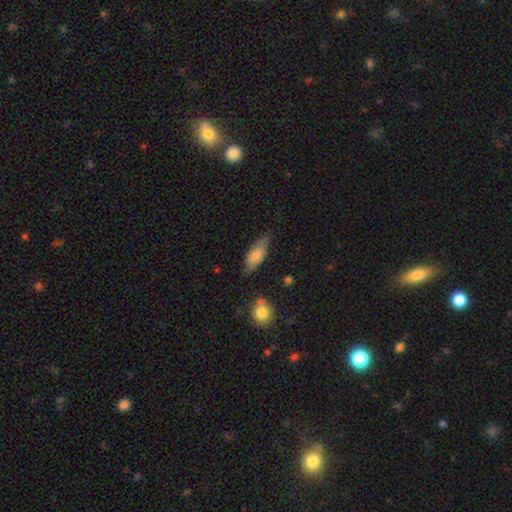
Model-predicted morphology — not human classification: A smooth galaxy with no disk features (72%) that is in between round and cigar-shaped (75%).

Vote fractions:
- Smooth or featured? smooth: 72% / featured or disk: 21% / star or artifact: 6%
- How rounded? in between: 75% / cigar-shaped: 23% / round: 3%
- Merging? none: 61% / minor disturbance: 30% / major disturbance: 6% / merger: 2%